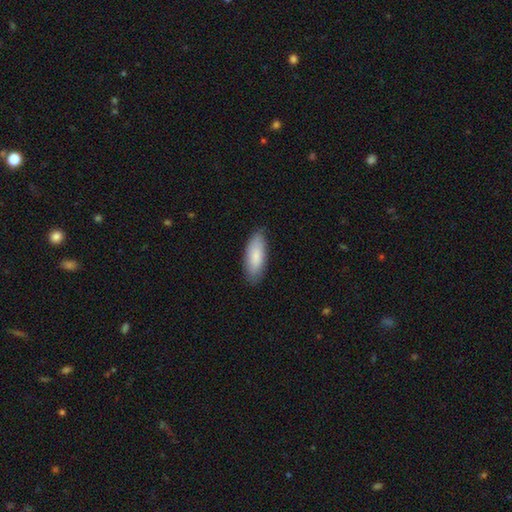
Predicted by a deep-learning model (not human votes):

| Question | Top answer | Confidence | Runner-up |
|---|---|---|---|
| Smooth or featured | smooth | 84% | featured or disk (11%) |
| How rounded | in between | 72% | cigar-shaped (26%) |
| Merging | none | 83% | minor disturbance (13%) |